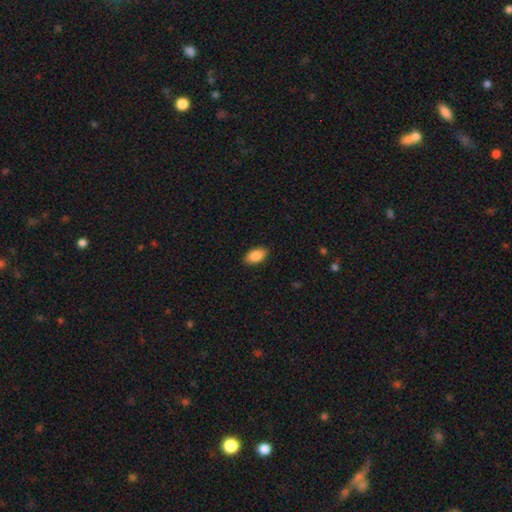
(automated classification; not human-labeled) This appears to be a smooth galaxy with no disk features (87%) that is in between round and cigar-shaped (93%). Merging: none (88%).